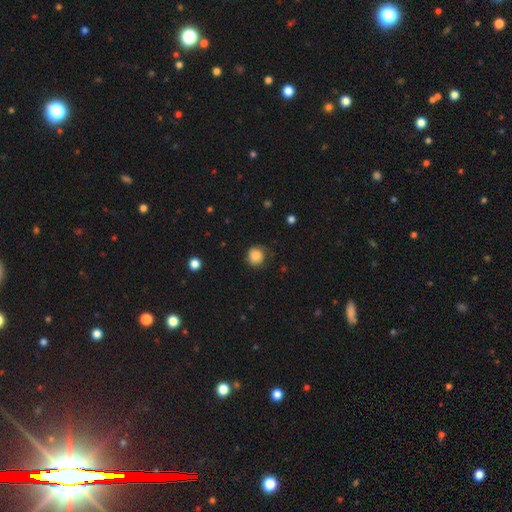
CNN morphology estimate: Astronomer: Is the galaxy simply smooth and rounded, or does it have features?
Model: smooth — 86%.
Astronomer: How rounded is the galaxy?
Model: round — 89%.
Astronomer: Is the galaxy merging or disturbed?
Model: none — 74%.